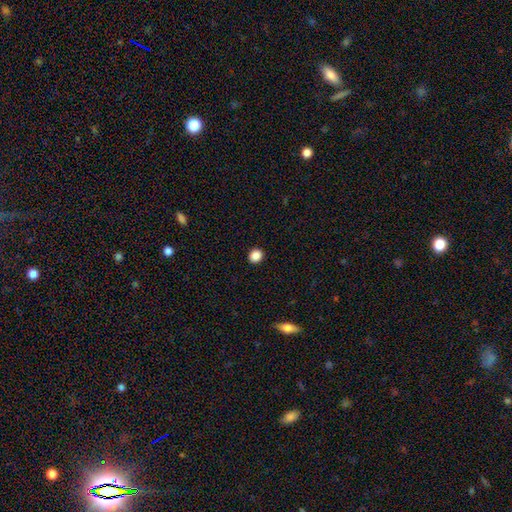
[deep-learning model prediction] Overall: smooth (87%). How rounded: round (80%). Merging: none (93%).